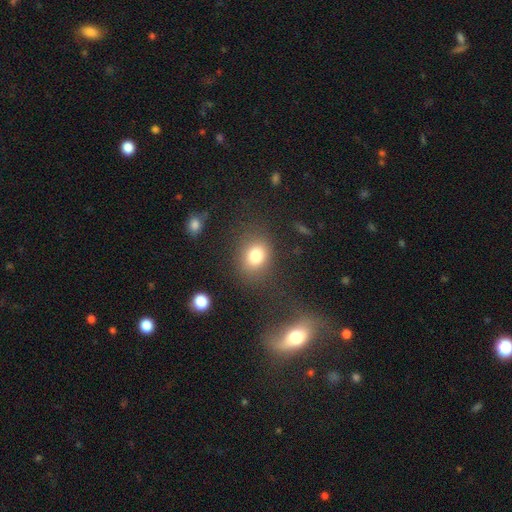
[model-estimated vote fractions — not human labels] Smooth or featured? Predicted: smooth (p=0.80). How rounded? Predicted: round (p=0.52). Merging? Predicted: none (p=0.78).